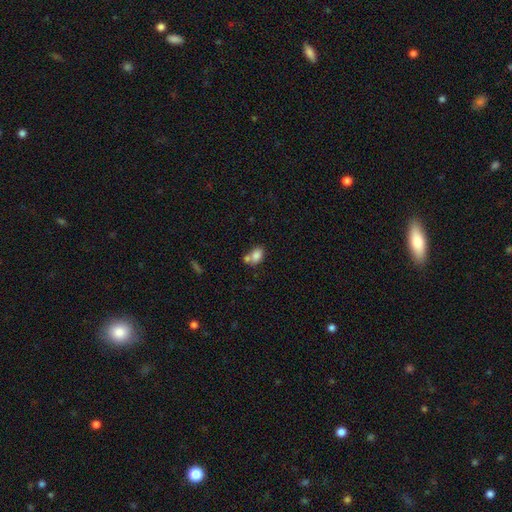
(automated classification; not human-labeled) A smooth galaxy with no disk features (81%) that is in between round and cigar-shaped (79%). Merging: none (42%).